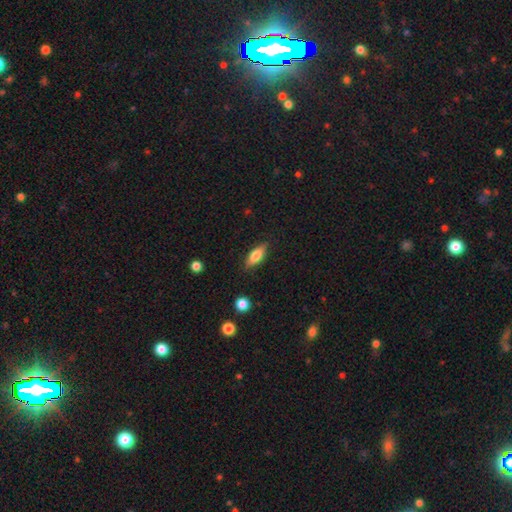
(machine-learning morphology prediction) A smooth galaxy with no disk features (74%) that is in between round and cigar-shaped (71%).

Vote fractions:
- Smooth or featured? smooth: 74% / featured or disk: 20% / star or artifact: 7%
- How rounded? in between: 71% / cigar-shaped: 26% / round: 3%
- Merging? none: 85% / minor disturbance: 11% / major disturbance: 3% / merger: 1%